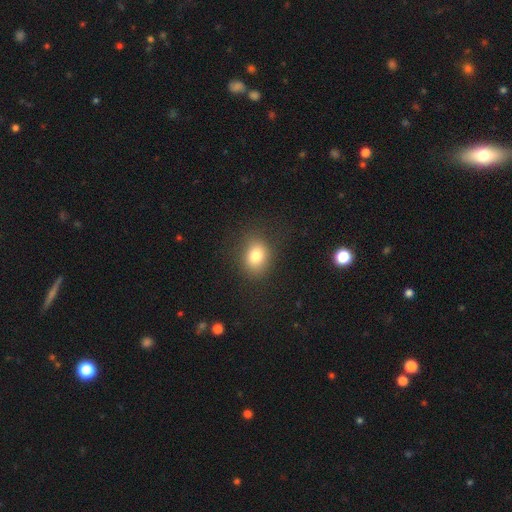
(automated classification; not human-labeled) smooth-or-featured: smooth: 80% | star or artifact: 11% | featured or disk: 9%
  how-rounded: in between: 53% | round: 46% | cigar-shaped: 1%
  merging: none: 81% | minor disturbance: 12% | major disturbance: 5% | merger: 1%